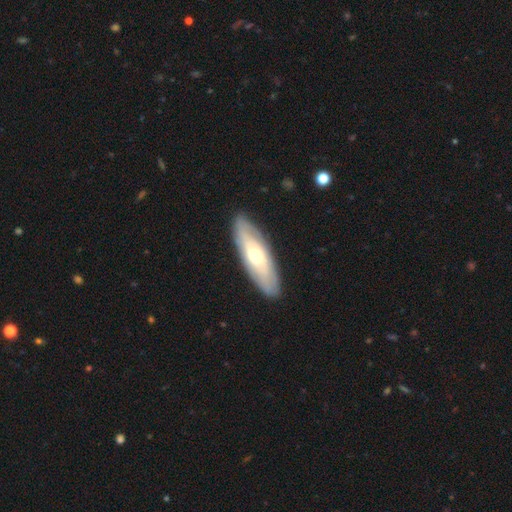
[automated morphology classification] A featured or disk galaxy (55%).

Vote fractions:
- Smooth or featured? featured or disk: 55% / smooth: 39% / star or artifact: 5%
- Edge-on disk? no: 68% / yes: 32%
- Merging? none: 87% / minor disturbance: 10% / major disturbance: 2% / merger: 1%